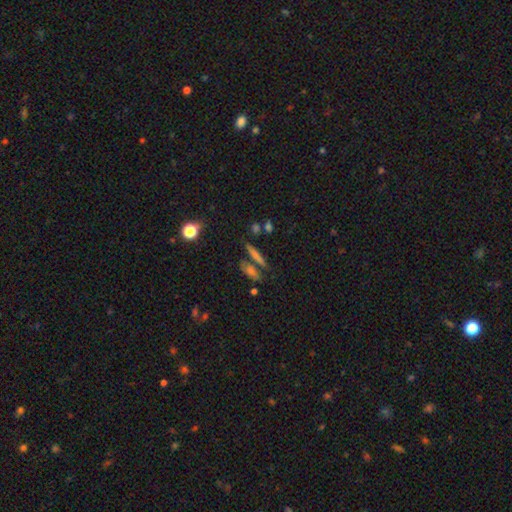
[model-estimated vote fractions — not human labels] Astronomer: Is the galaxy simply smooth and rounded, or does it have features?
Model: smooth — 51% (runner-up: featured or disk, 31%).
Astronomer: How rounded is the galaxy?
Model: cigar-shaped — 73%.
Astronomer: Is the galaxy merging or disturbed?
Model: none — 67%.